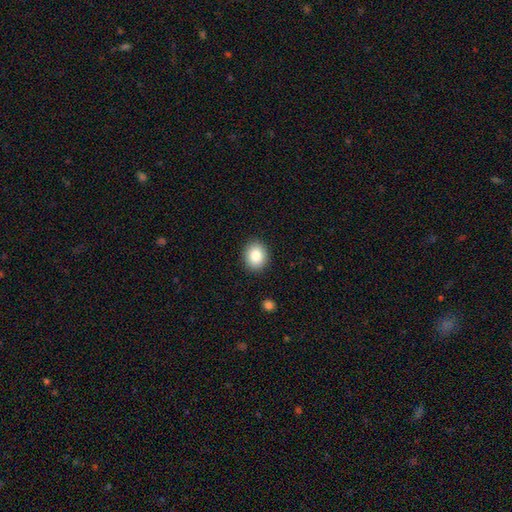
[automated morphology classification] smooth 85%, star or artifact 9%, featured or disk 6%. Down the decision tree: how rounded — round (61%); merging — none (90%).